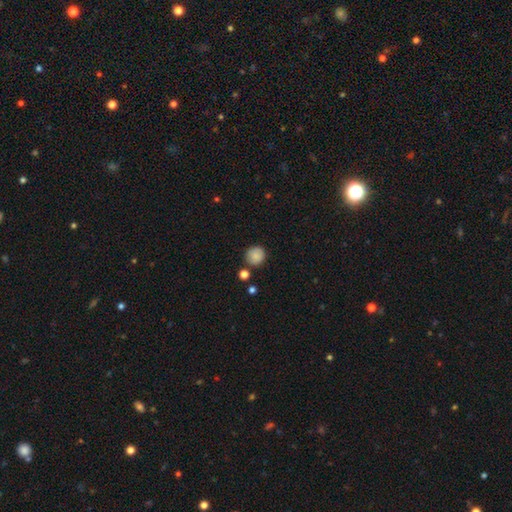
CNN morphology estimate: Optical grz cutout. It shows a smooth galaxy with no disk features (86%) that is round (92%). Merging: none (81%).